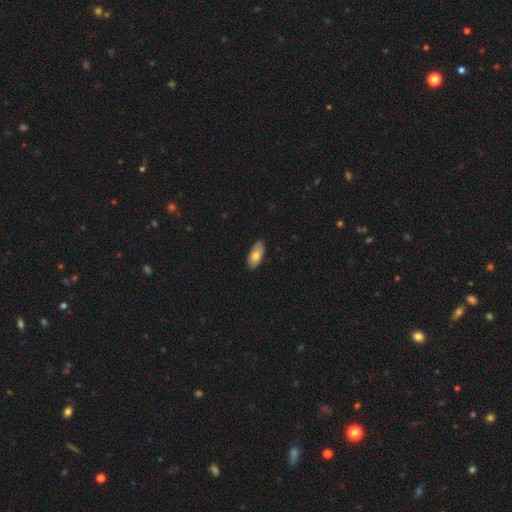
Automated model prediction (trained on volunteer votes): smooth_or_featured: smooth (p=0.74) [alt: featured or disk p=0.20]
how_rounded: in between (p=0.91) [alt: cigar-shaped p=0.07]
merging: none (p=0.87) [alt: minor disturbance p=0.11]